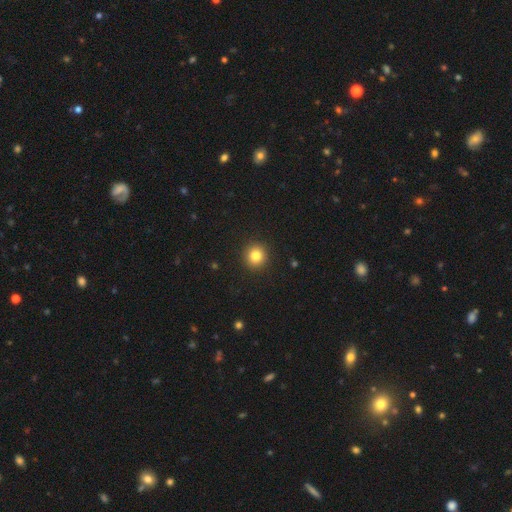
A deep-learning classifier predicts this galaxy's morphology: This appears to be a smooth galaxy with no disk features (83%) that is round (93%). Merging: none (92%).